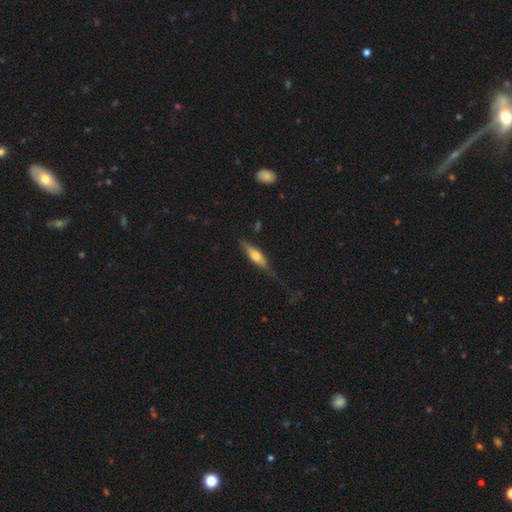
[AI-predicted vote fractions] This is possibly a smooth galaxy (57%). How rounded: possibly cigar-shaped (58%). Merging: possibly none (55%).